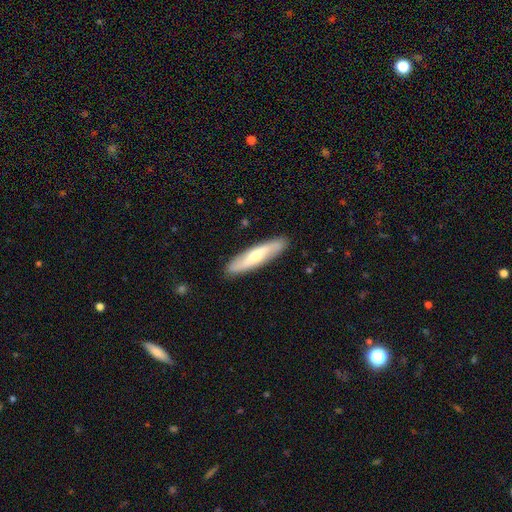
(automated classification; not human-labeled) Smooth or featured? featured or disk (53%)
Edge-on disk? no (50%, tied with yes)
Merging? none (89%)